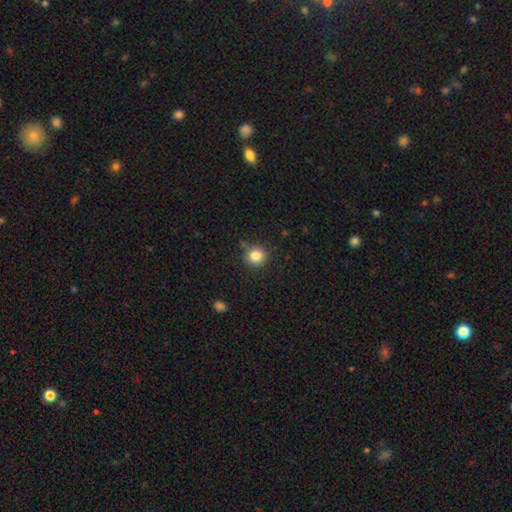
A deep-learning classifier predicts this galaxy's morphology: This is clearly a smooth galaxy (84%). How rounded: clearly round (91%). Merging: clearly none (81%).